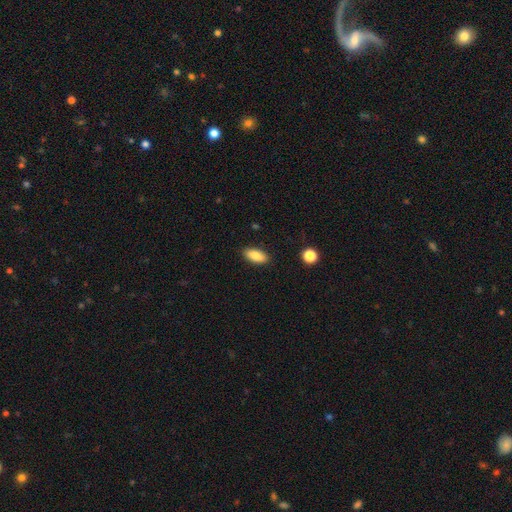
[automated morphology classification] A smooth galaxy with no disk features (86%) that is in between round and cigar-shaped (87%).

Vote fractions:
- Smooth or featured? smooth: 86% / featured or disk: 7% / star or artifact: 7%
- How rounded? in between: 87% / cigar-shaped: 10% / round: 3%
- Merging? none: 88% / minor disturbance: 9% / major disturbance: 2% / merger: 1%